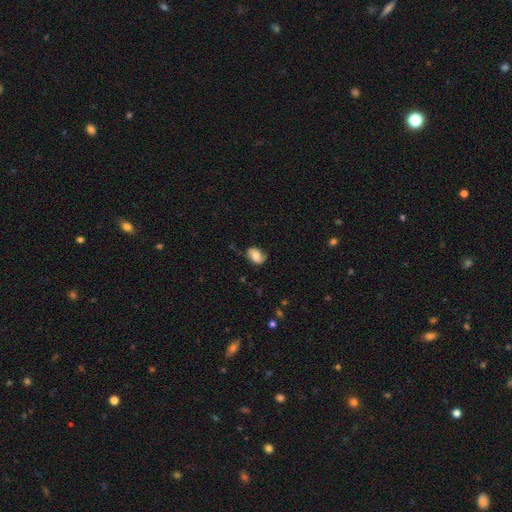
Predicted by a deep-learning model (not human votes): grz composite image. It shows a smooth galaxy with no disk features (63%) that is in between round and cigar-shaped (80%). Merging: none (63%).